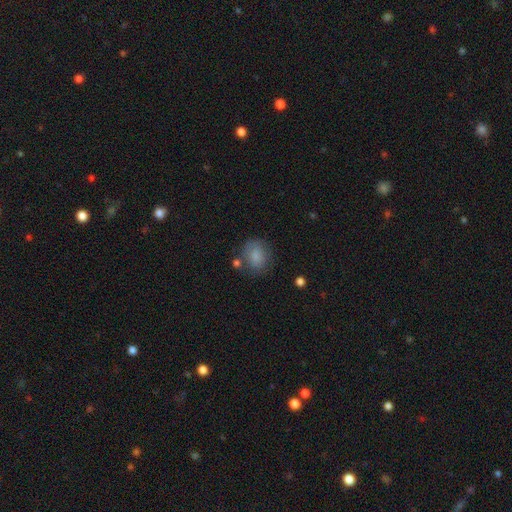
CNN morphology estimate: Smooth or featured? Predicted: smooth (p=0.82). How rounded? Predicted: round (p=0.64). Merging? Predicted: none (p=0.68).